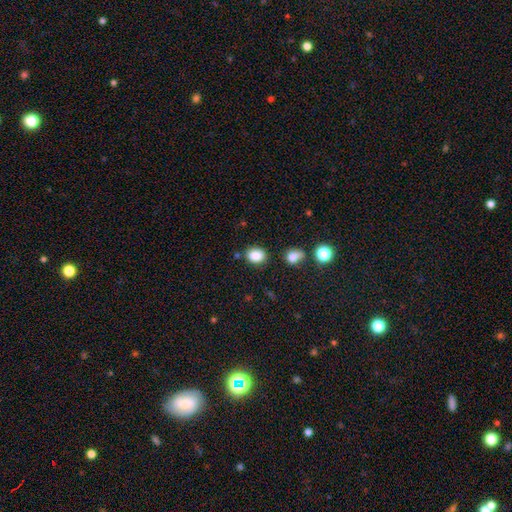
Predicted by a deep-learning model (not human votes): Overall: smooth (86%). How rounded: in between (51%; round 48%). Merging: none (81%).